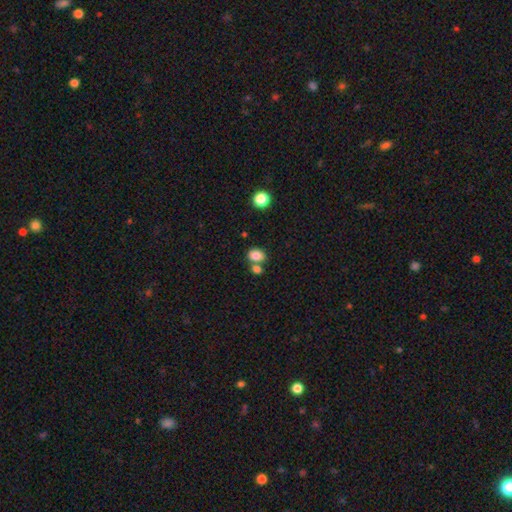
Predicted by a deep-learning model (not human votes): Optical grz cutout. It shows a smooth galaxy with no disk features (83%) that is in between round and cigar-shaped (64%). Merging: none (53%).